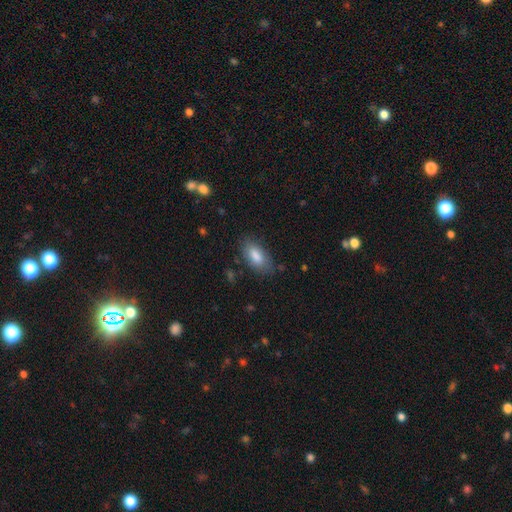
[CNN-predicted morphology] Smooth or featured?
  - smooth: 83% *
  - featured or disk: 10%
  - star or artifact: 7%
How rounded?
  - in between: 89% *
  - cigar-shaped: 8%
  - round: 3%
Merging?
  - none: 78% *
  - minor disturbance: 16%
  - major disturbance: 4%
  - merger: 2%